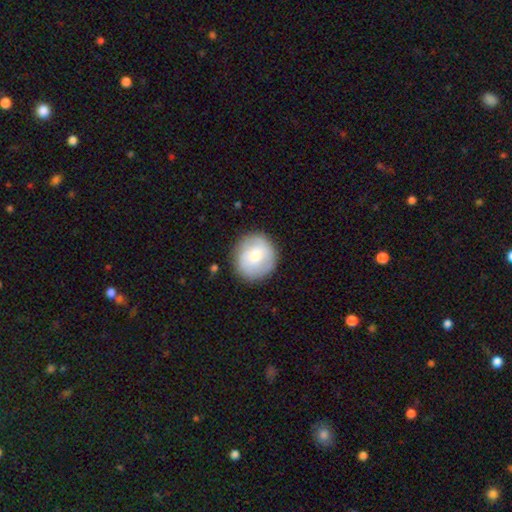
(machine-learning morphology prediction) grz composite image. It shows a smooth galaxy with no disk features (57%) that is round (91%). Merging: none (84%).